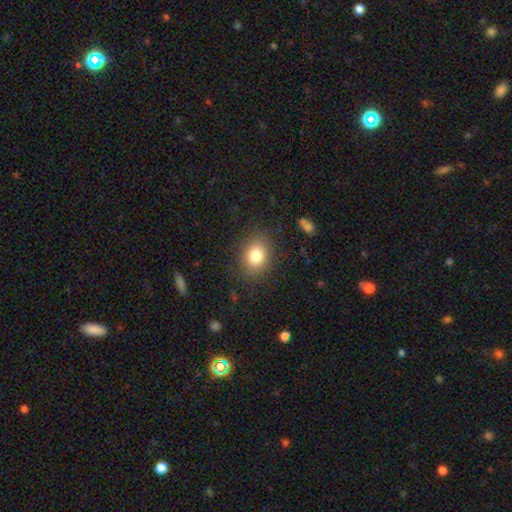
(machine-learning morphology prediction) Smooth or featured? smooth (82%)
How rounded? in between (57%)
Merging? none (85%)